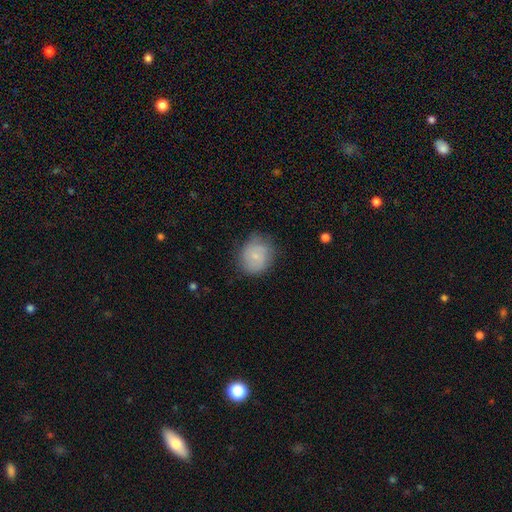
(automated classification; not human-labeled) Overall: smooth (64%; featured or disk 29%). How rounded: round (77%). Merging: none (72%).